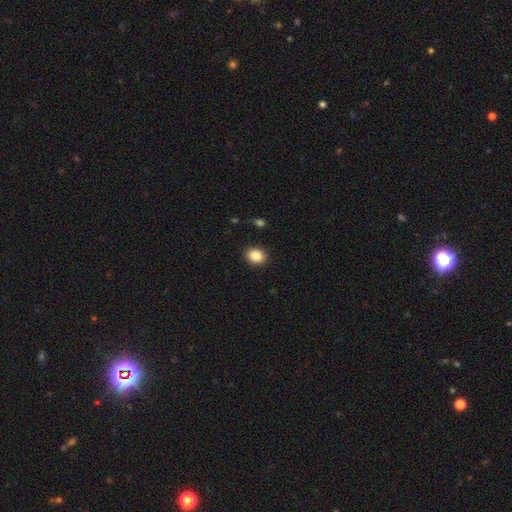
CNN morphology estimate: Smooth or featured?
  - smooth: 87% *
  - star or artifact: 9%
  - featured or disk: 4%
How rounded?
  - round: 56% *
  - in between: 43%
  - cigar-shaped: 1%
Merging?
  - none: 90% *
  - minor disturbance: 7%
  - major disturbance: 2%
  - merger: 1%